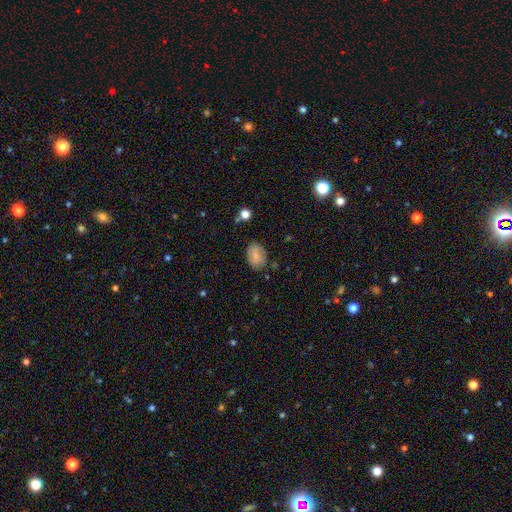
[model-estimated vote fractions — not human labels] Smooth or featured?
  - smooth: 73% *
  - featured or disk: 18%
  - star or artifact: 8%
How rounded?
  - in between: 80% *
  - round: 18%
  - cigar-shaped: 1%
Merging?
  - none: 79% *
  - minor disturbance: 16%
  - major disturbance: 4%
  - merger: 2%